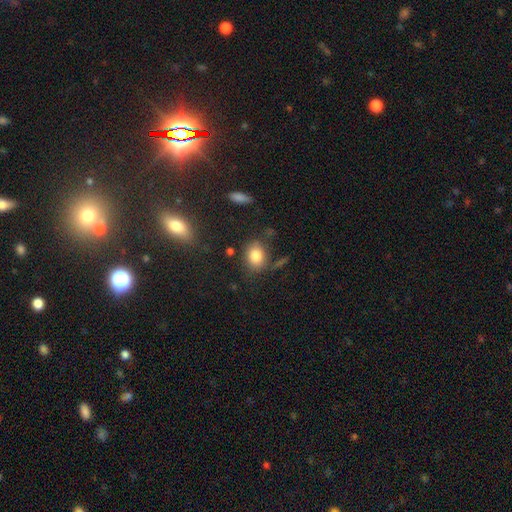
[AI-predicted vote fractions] A smooth galaxy with no disk features (81%) that is in between round and cigar-shaped (54%). Merging: none (73%).